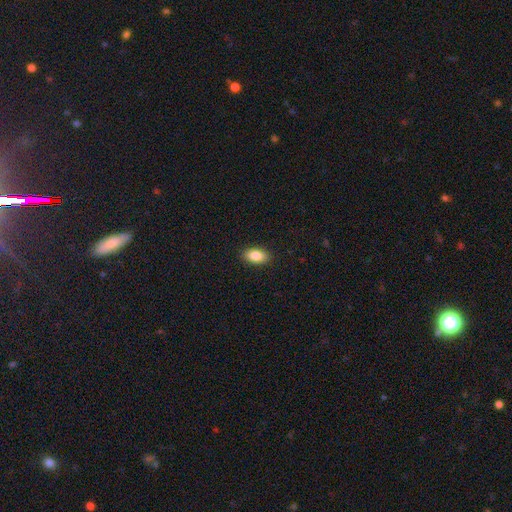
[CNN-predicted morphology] smooth_or_featured: smooth (p=0.87) [alt: star or artifact p=0.07]
how_rounded: in between (p=0.92) [alt: round p=0.05]
merging: none (p=0.90) [alt: minor disturbance p=0.07]